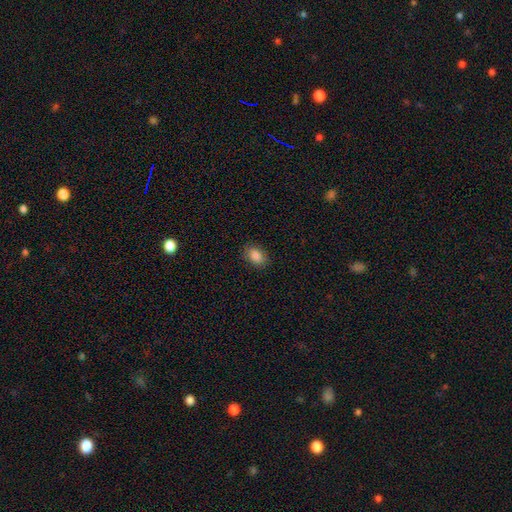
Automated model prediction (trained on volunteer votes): This is clearly a smooth galaxy (87%). How rounded: clearly in between (85%). Merging: clearly none (88%).